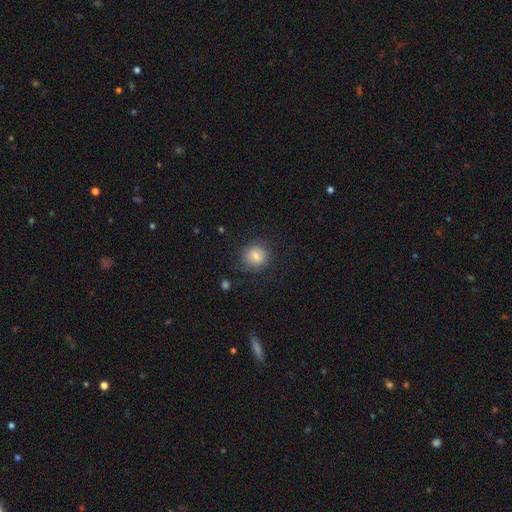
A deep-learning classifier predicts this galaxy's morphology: The model was most divided on "merging": none: 79%, minor disturbance: 13%, major disturbance: 6%, merger: 1%. More confident: how rounded — round (86%); smooth or featured — smooth (78%).